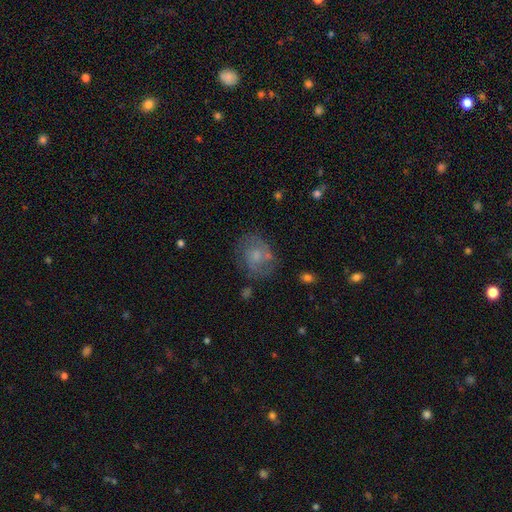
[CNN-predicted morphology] Smooth or featured?
  - smooth: 45% *
  - featured or disk: 44%
  - star or artifact: 11%
Merging?
  - none: 61% *
  - minor disturbance: 22%
  - major disturbance: 13%
  - merger: 5%